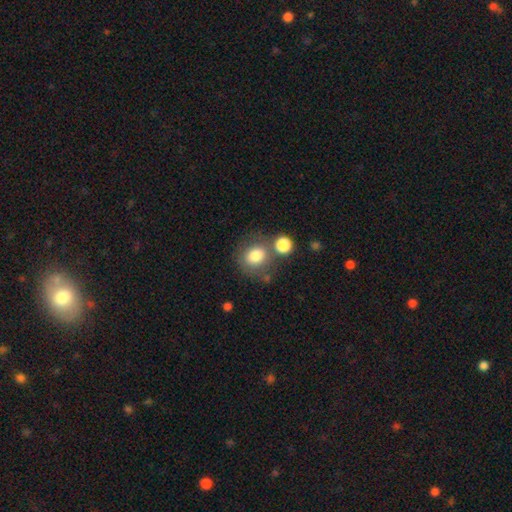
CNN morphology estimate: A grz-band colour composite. It shows a smooth galaxy with no disk features (80%) that is round (73%). Merging: none (65%).